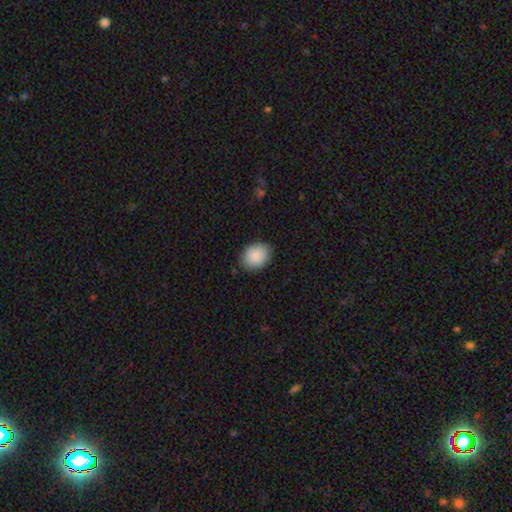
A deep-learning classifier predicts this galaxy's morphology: Smooth or featured?
  - smooth: 89% *
  - star or artifact: 7%
  - featured or disk: 4%
How rounded?
  - in between: 58% *
  - round: 41%
  - cigar-shaped: 1%
Merging?
  - none: 87% *
  - minor disturbance: 10%
  - major disturbance: 2%
  - merger: 1%